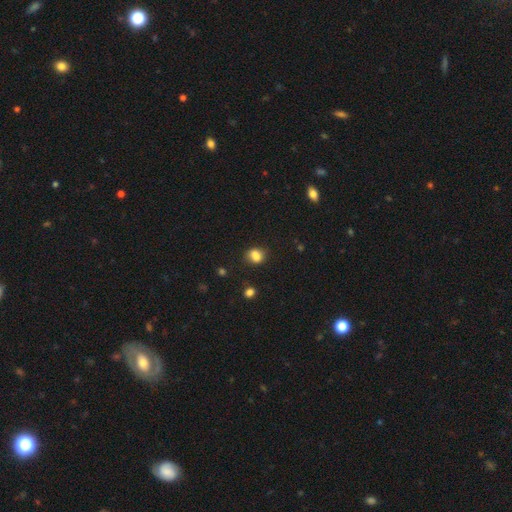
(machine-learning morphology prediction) The model was most divided on "how rounded": round: 51%, in between: 47%, cigar-shaped: 1%. More confident: smooth or featured — smooth (81%); merging — none (62%).